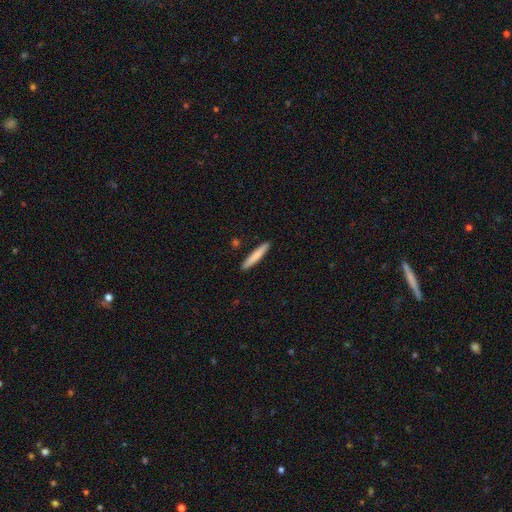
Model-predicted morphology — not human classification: A smooth galaxy with no disk features (78%) that is cigar-shaped (94%). Merging: none (91%).